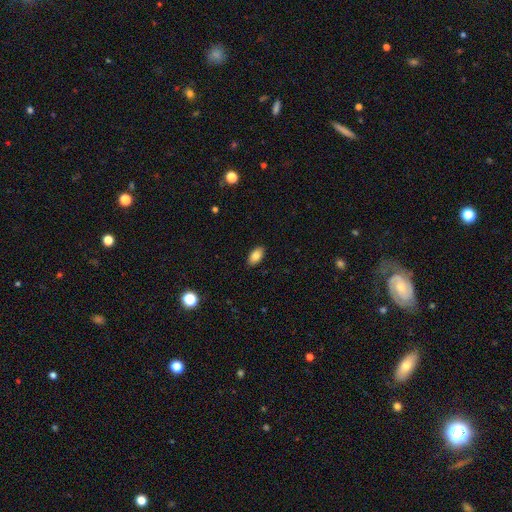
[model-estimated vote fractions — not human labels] Q: Smooth or featured?
A: smooth (84%); runner-up: featured or disk (8%)
Q: How rounded?
A: in between (93%); runner-up: round (4%)
Q: Merging?
A: none (89%); runner-up: minor disturbance (8%)